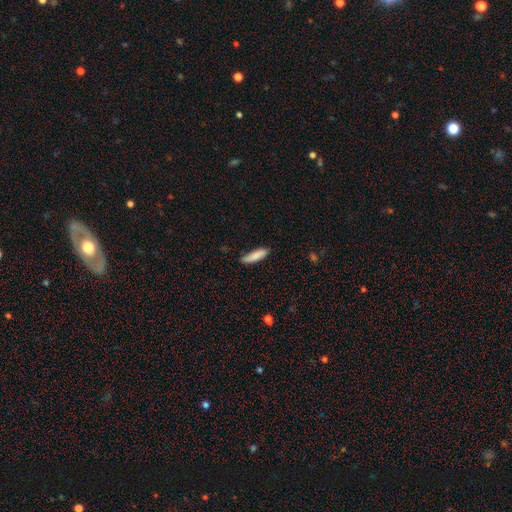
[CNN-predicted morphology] This appears to be a smooth galaxy with no disk features (84%) that is cigar-shaped (67%). Merging: none (80%).